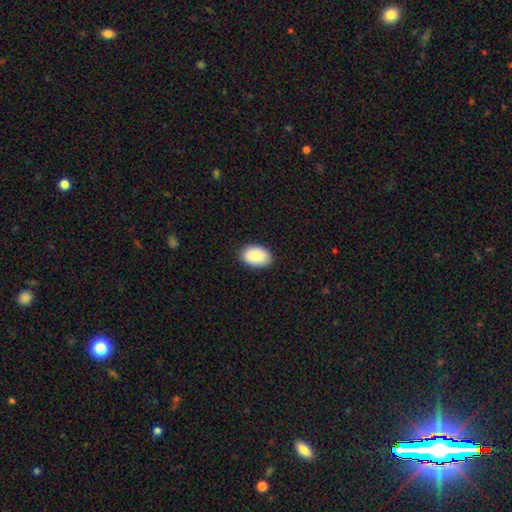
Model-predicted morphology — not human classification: The model was most divided on "merging": none: 88%, minor disturbance: 9%, major disturbance: 2%, merger: 1%. More confident: how rounded — in between (90%); smooth or featured — smooth (89%).